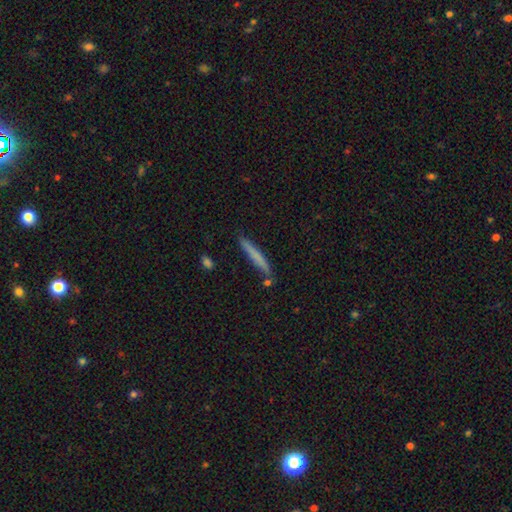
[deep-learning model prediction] smooth-or-featured: smooth: 72% | featured or disk: 22% | star or artifact: 6%
  how-rounded: cigar-shaped: 96% | in between: 3% | round: 1%
  merging: none: 84% | minor disturbance: 10% | merger: 4% | major disturbance: 2%